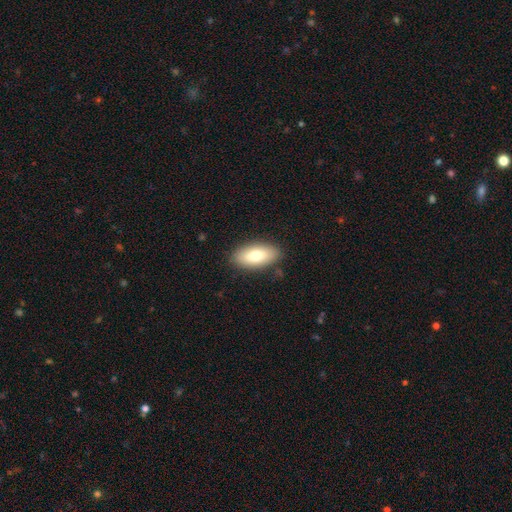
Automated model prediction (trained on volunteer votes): Smooth or featured: smooth — 74% (featured or disk — 20%)
How rounded: in between — 89% (cigar-shaped — 8%)
Merging: none — 87% (minor disturbance — 10%)